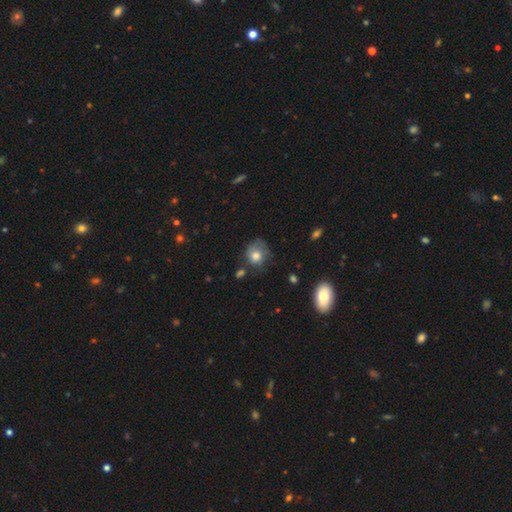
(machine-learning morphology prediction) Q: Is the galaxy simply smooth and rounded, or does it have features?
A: smooth — 74%.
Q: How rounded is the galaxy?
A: round — 69%.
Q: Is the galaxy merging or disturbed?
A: none — 47%.